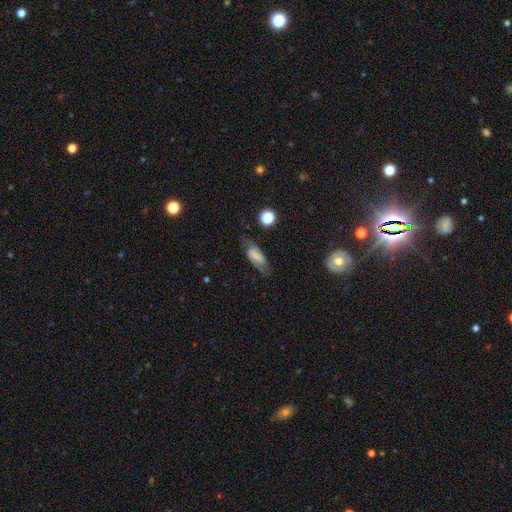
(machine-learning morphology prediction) smooth_or_featured: featured or disk (p=0.53) [alt: smooth p=0.37]
disk_edge_on: no (p=0.85) [alt: yes p=0.15]
merging: none (p=0.70) [alt: minor disturbance p=0.19]